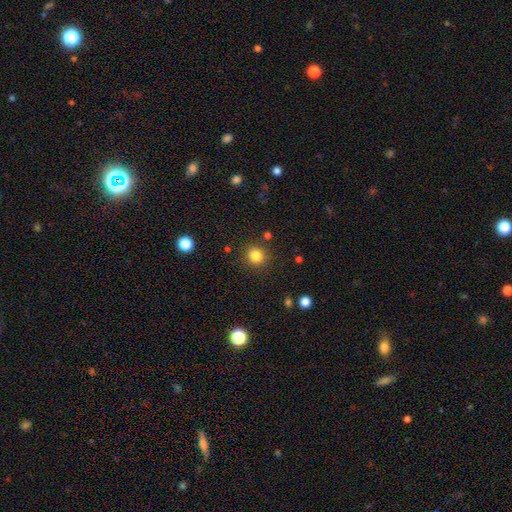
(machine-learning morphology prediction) This appears to be a smooth galaxy with no disk features (83%) that is round (85%). Merging: none (87%).